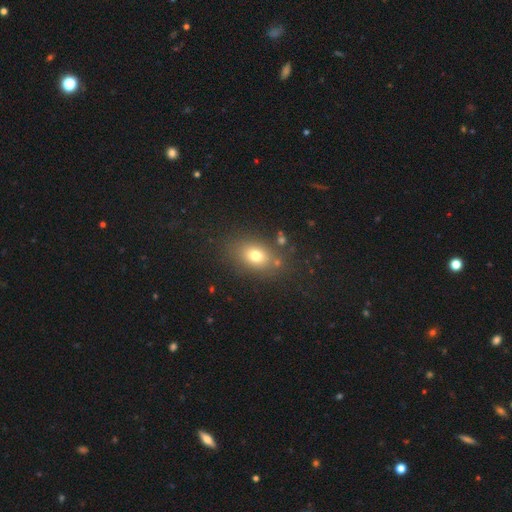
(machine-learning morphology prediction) Smooth or featured? smooth (74%)
How rounded? in between (68%)
Merging? none (78%)